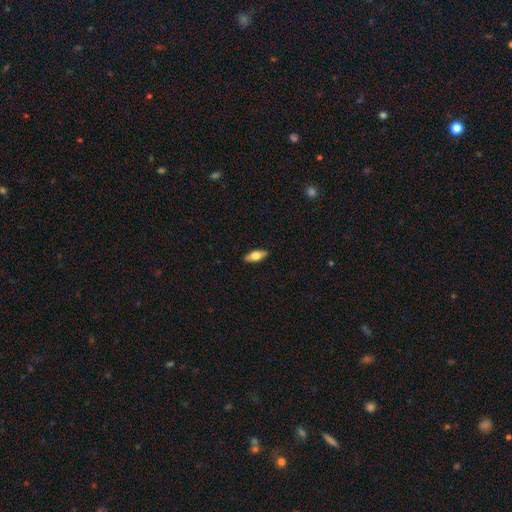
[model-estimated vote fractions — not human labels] smooth-or-featured: smooth: 65% | featured or disk: 29% | star or artifact: 6%
  how-rounded: in between: 76% | cigar-shaped: 21% | round: 3%
  merging: none: 89% | minor disturbance: 8% | major disturbance: 2% | merger: 1%